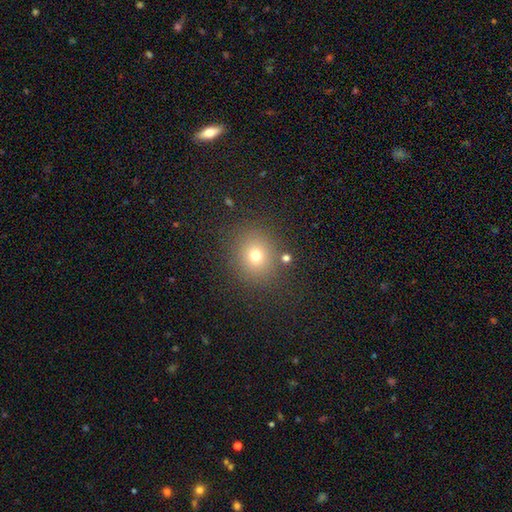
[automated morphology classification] Smooth or featured? Predicted: smooth (p=0.72). How rounded? Predicted: round (p=0.82). Merging? Predicted: none (p=0.84).